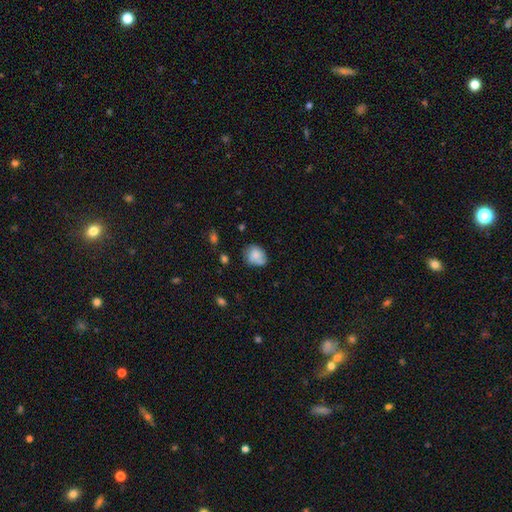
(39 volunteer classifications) This appears to be a smooth galaxy with no disk features (79%) that is in between round and cigar-shaped (52%). Merging: none (51%).